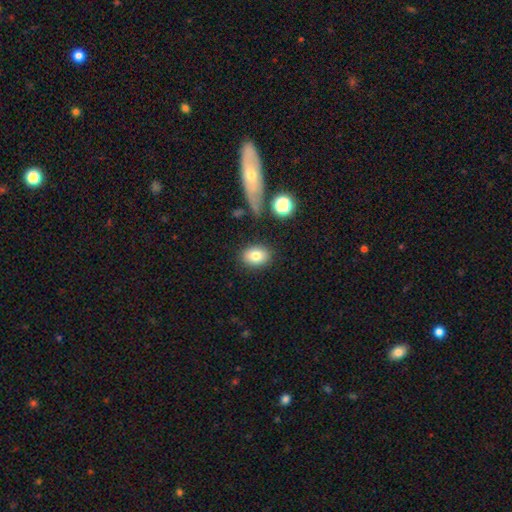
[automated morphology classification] Smooth or featured? smooth (80%)
How rounded? in between (69%)
Merging? none (84%)